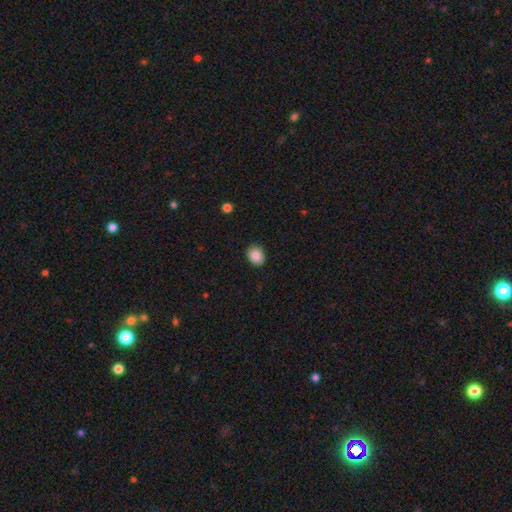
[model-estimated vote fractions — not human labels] Smooth or featured? smooth (88%)
How rounded? in between (53%)
Merging? none (84%)